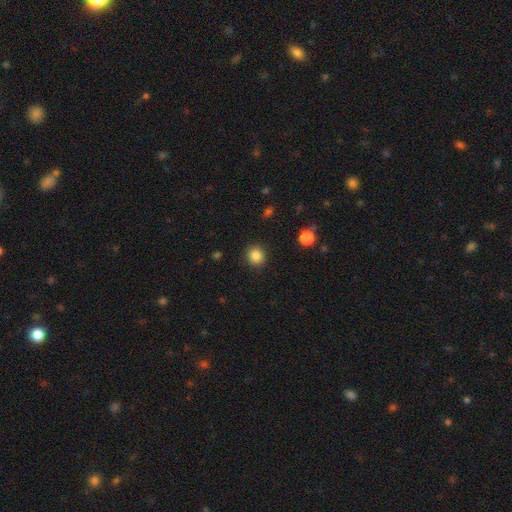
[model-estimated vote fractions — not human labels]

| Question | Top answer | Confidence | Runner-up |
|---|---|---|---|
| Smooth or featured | smooth | 85% | star or artifact (11%) |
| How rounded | round | 88% | in between (12%) |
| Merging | none | 91% | minor disturbance (6%) |